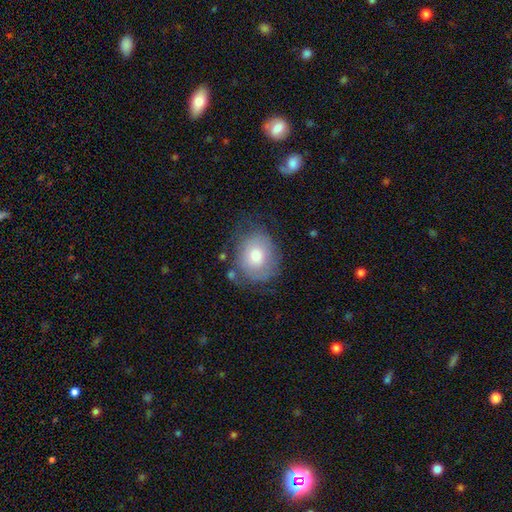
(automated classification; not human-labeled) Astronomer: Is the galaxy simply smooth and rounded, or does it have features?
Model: smooth — 68%.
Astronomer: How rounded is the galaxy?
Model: round — 63%.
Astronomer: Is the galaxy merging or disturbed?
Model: none — 62%.